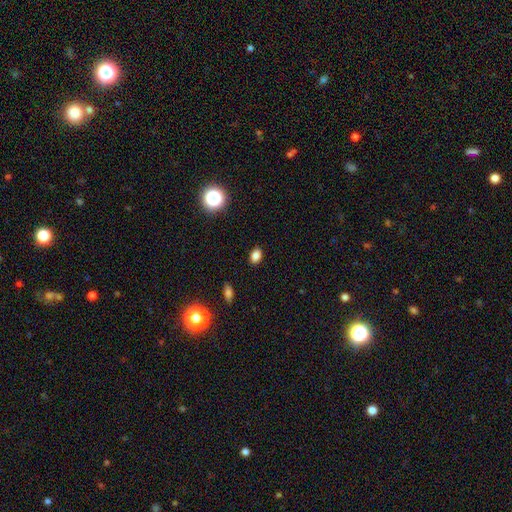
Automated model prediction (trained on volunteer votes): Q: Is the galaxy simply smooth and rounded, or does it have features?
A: smooth — 81%.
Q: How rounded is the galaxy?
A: in between — 72%.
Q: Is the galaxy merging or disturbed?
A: none — 88%.